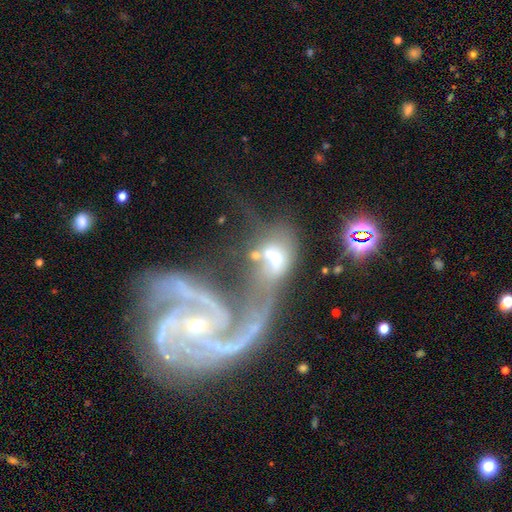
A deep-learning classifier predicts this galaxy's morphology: A featured or disk galaxy (53%). Merging: merger (61%).